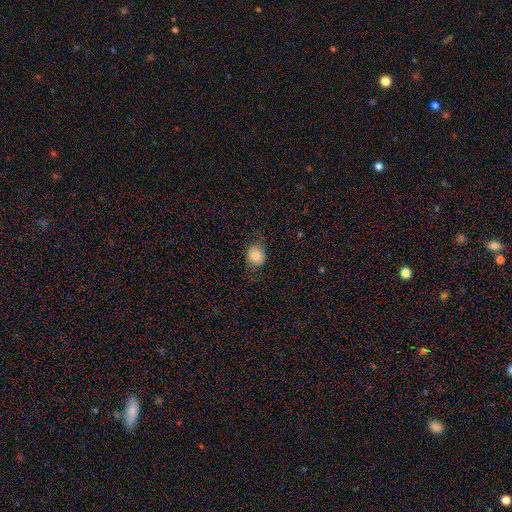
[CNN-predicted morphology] Smooth or featured?
  - smooth: 66% *
  - featured or disk: 25%
  - star or artifact: 9%
How rounded?
  - round: 62% *
  - in between: 37%
  - cigar-shaped: 1%
Merging?
  - none: 60% *
  - minor disturbance: 24%
  - major disturbance: 14%
  - merger: 1%